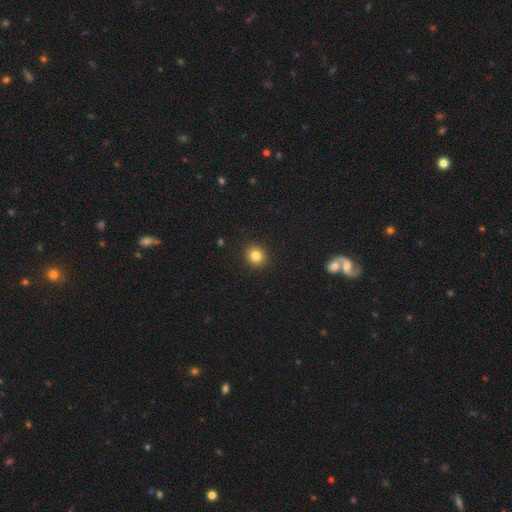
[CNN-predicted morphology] smooth_or_featured: smooth (p=0.83) [alt: star or artifact p=0.11]
how_rounded: round (p=0.87) [alt: in between p=0.12]
merging: none (p=0.92) [alt: minor disturbance p=0.05]